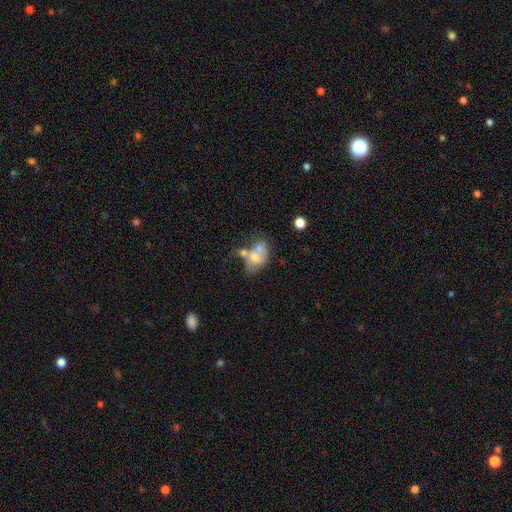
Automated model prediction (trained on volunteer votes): A smooth galaxy with no disk features (54%) that is in between round and cigar-shaped (75%).

Vote fractions:
- Smooth or featured? smooth: 54% / featured or disk: 36% / star or artifact: 10%
- How rounded? in between: 75% / round: 24% / cigar-shaped: 2%
- Merging? merger: 53% / none: 19% / major disturbance: 15% / minor disturbance: 13%